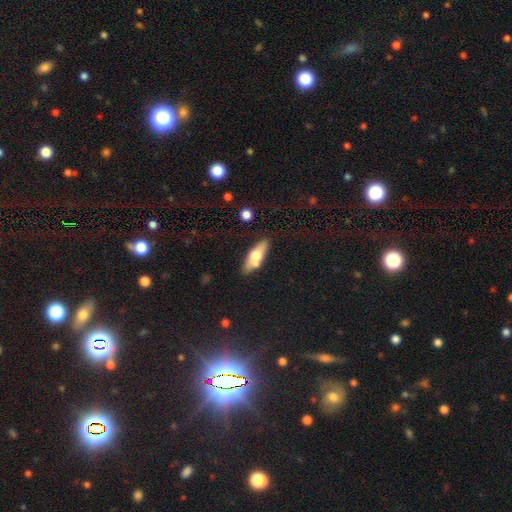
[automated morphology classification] Smooth or featured?
  - smooth: 55% *
  - featured or disk: 39%
  - star or artifact: 7%
How rounded?
  - in between: 56% *
  - cigar-shaped: 40%
  - round: 3%
Merging?
  - none: 72% *
  - minor disturbance: 14%
  - merger: 10%
  - major disturbance: 4%